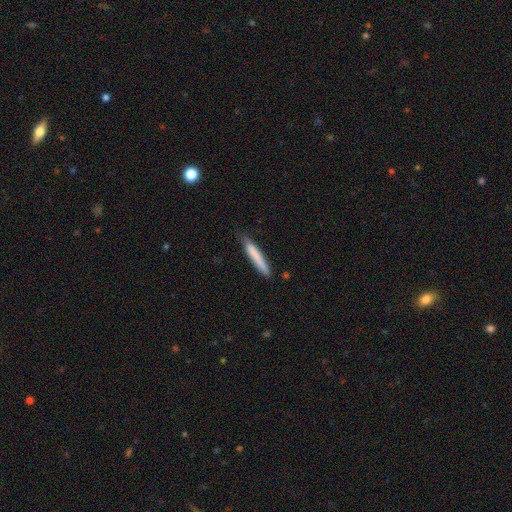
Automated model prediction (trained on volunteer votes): This is likely a smooth galaxy (78%). How rounded: clearly cigar-shaped (95%). Merging: likely none (79%).